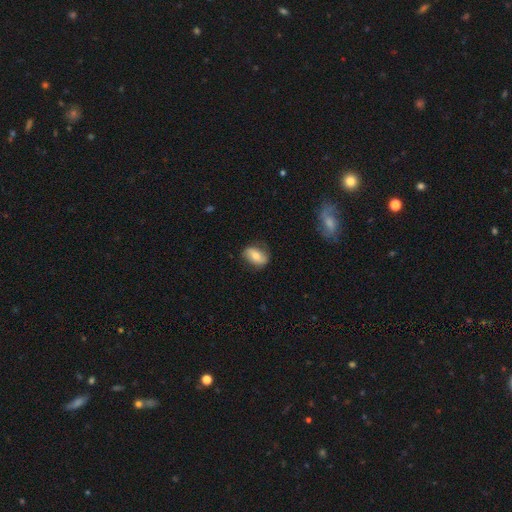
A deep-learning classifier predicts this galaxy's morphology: Smooth or featured: smooth — 54% (featured or disk — 38%)
How rounded: in between — 81% (round — 16%)
Merging: none — 72% (minor disturbance — 20%)